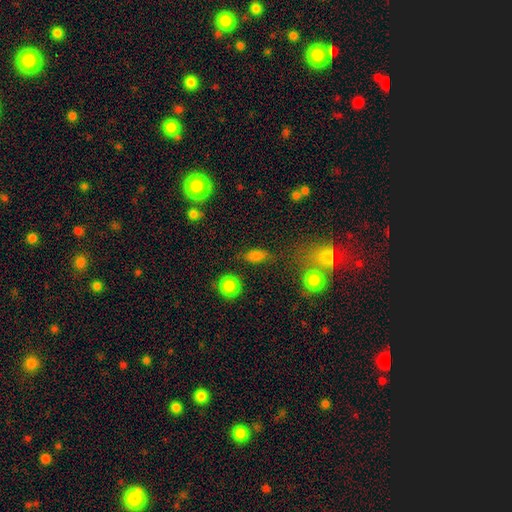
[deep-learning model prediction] Smooth or featured? Predicted: smooth (p=0.81). How rounded? Predicted: in between (p=0.78). Merging? Predicted: none (p=0.72).